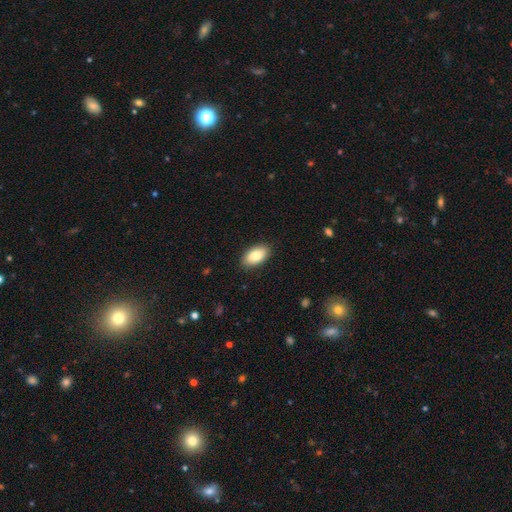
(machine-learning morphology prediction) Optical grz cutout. It shows a smooth galaxy with no disk features (85%) that is in between round and cigar-shaped (94%). Merging: none (88%).